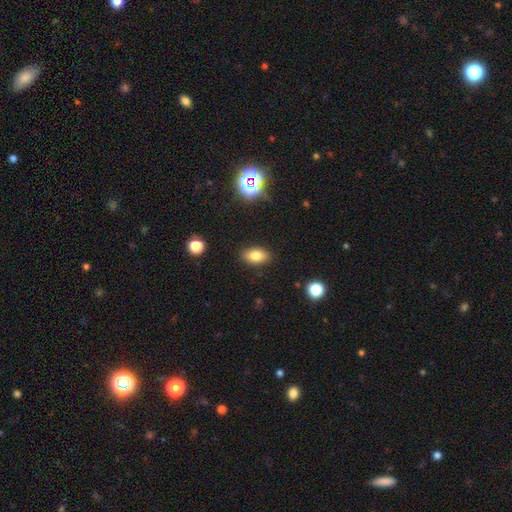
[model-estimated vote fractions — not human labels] smooth-or-featured: smooth: 78% | star or artifact: 11% | featured or disk: 11%
  how-rounded: in between: 88% | round: 8% | cigar-shaped: 4%
  merging: none: 87% | minor disturbance: 9% | major disturbance: 2% | merger: 1%